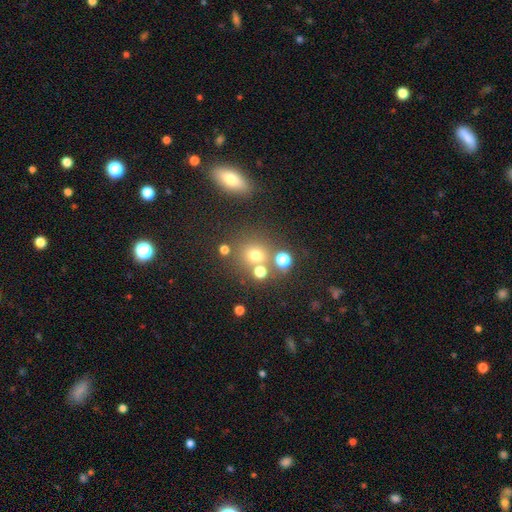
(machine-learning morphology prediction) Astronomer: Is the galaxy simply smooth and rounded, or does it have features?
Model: smooth — 66%.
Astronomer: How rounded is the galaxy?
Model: round — 86%.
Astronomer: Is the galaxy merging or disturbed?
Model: none — 68%.